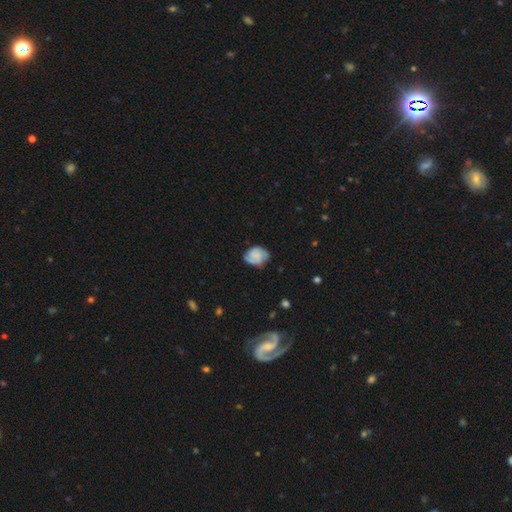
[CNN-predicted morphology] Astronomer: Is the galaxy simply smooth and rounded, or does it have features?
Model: featured or disk — 52% (runner-up: smooth, 39%).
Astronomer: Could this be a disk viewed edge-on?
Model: no — 97%.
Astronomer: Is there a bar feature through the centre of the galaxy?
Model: no — 70%.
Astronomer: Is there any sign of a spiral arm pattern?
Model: yes — 86%.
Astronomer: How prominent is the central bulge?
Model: none — 52% (runner-up: small, 28%).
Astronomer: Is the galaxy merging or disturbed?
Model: none — 64%.